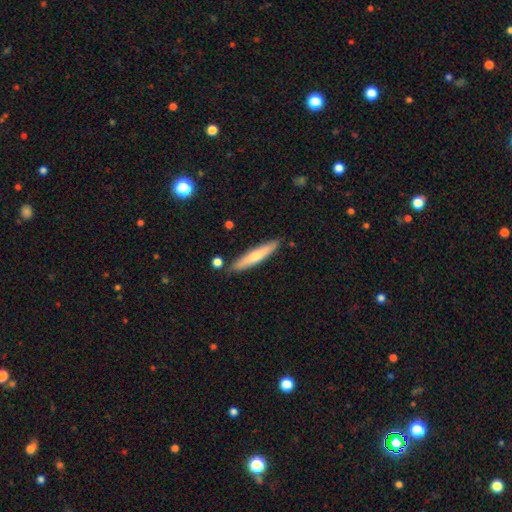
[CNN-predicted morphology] This is possibly a smooth galaxy (57%). How rounded: clearly cigar-shaped (90%). Merging: clearly none (86%).